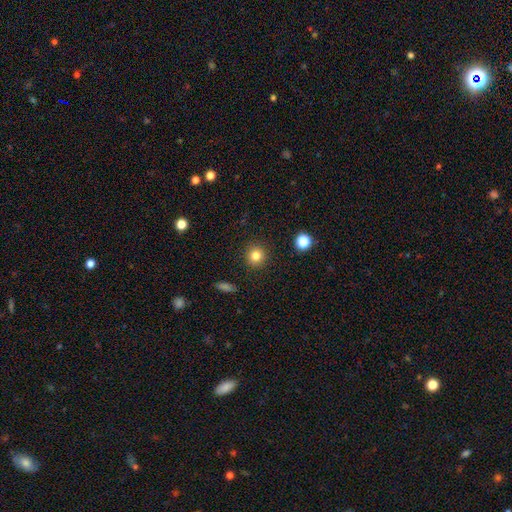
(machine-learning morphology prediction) Smooth or featured? Predicted: smooth (p=0.81). How rounded? Predicted: round (p=0.92). Merging? Predicted: none (p=0.91).